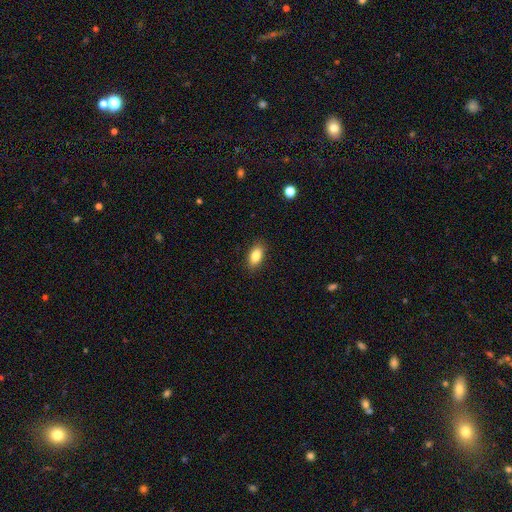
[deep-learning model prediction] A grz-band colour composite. It shows a smooth galaxy with no disk features (84%) that is in between round and cigar-shaped (89%). Merging: none (89%).